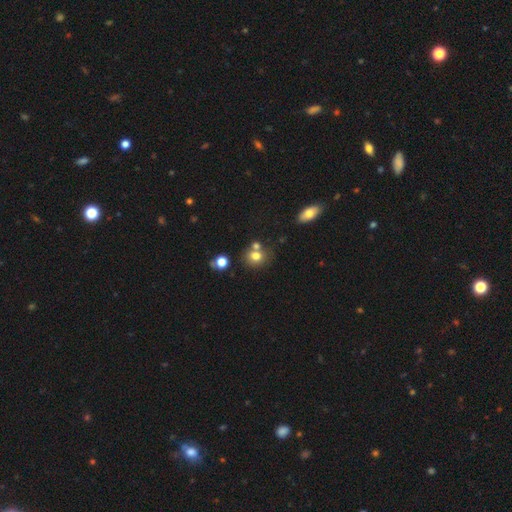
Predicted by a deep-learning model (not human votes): Smooth or featured? smooth (75%)
How rounded? round (74%)
Merging? none (57%)